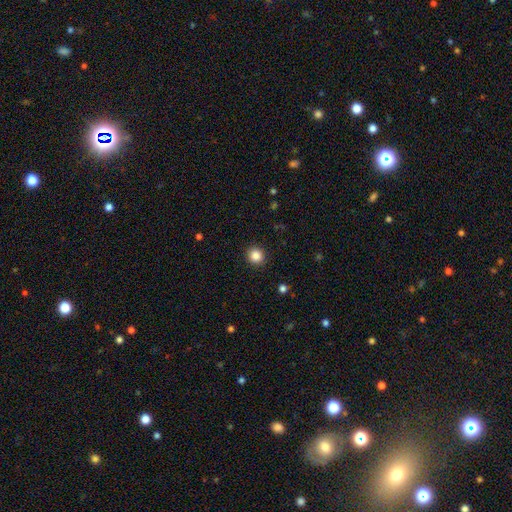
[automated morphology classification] A smooth galaxy with no disk features (86%) that is round (91%).

Vote fractions:
- Smooth or featured? smooth: 86% / star or artifact: 10% / featured or disk: 4%
- How rounded? round: 91% / in between: 8% / cigar-shaped: 1%
- Merging? none: 91% / minor disturbance: 6% / major disturbance: 2% / merger: 1%